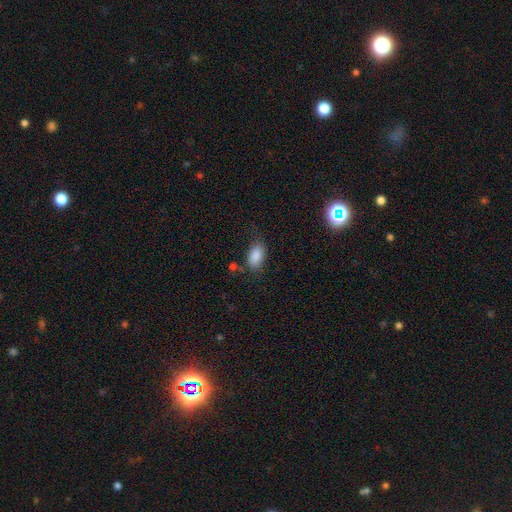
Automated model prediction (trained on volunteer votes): Morphology: type=smooth (88%); roundness=in between (92%); merging=none (73%).